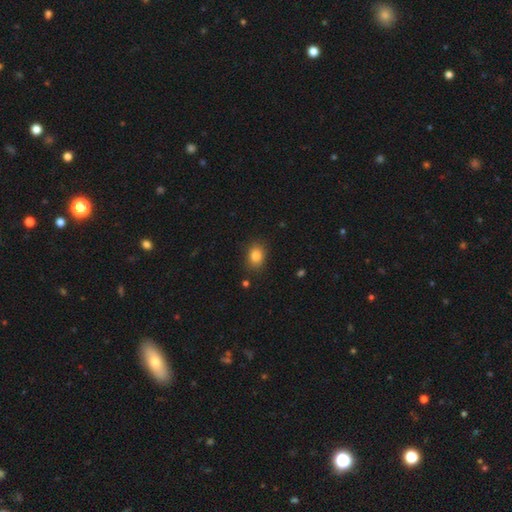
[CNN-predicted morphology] Smooth or featured? smooth (83%)
How rounded? in between (55%)
Merging? none (84%)